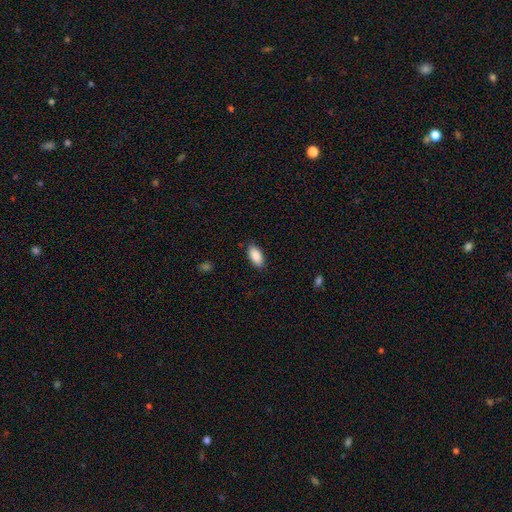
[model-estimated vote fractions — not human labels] smooth-or-featured: smooth: 90% | star or artifact: 6% | featured or disk: 4%
  how-rounded: in between: 91% | cigar-shaped: 7% | round: 2%
  merging: none: 87% | minor disturbance: 10% | major disturbance: 2% | merger: 1%